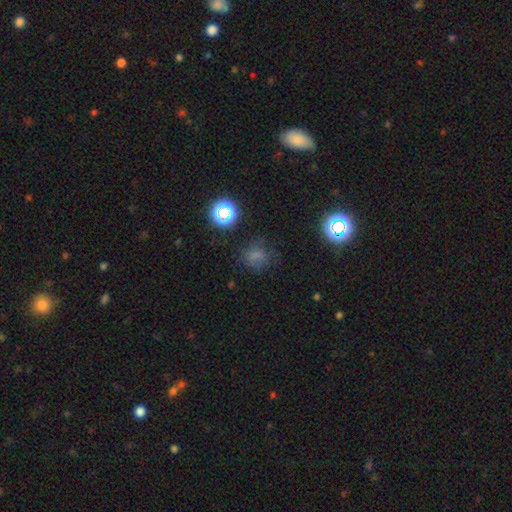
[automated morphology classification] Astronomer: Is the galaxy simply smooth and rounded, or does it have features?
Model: smooth — 62%.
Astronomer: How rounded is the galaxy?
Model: round — 70%.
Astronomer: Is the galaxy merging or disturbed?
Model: none — 64%.